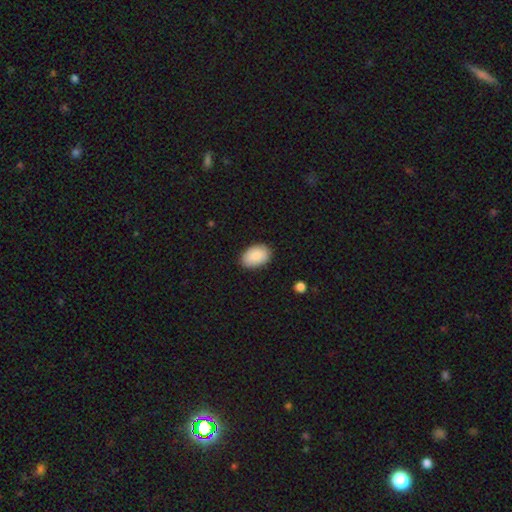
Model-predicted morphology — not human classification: Overall: smooth (89%). How rounded: in between (90%). Merging: none (86%).